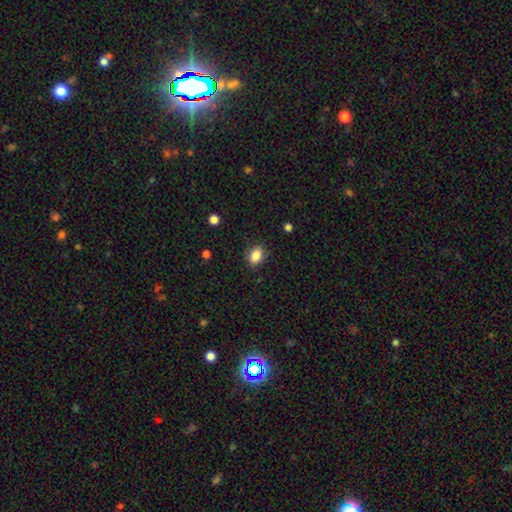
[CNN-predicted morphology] Smooth or featured? smooth (86%)
How rounded? in between (78%)
Merging? none (84%)